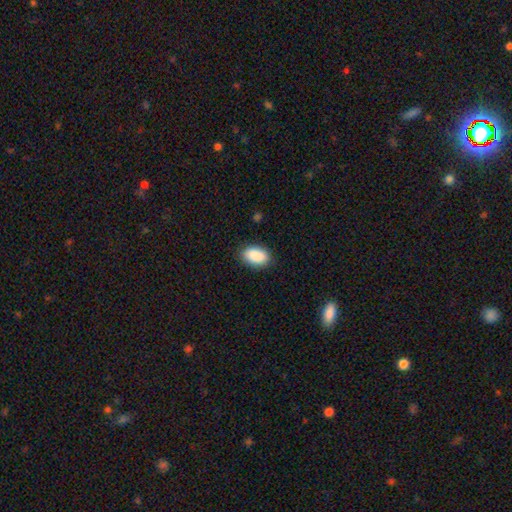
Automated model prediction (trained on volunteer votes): smooth-or-featured: smooth: 90% | star or artifact: 6% | featured or disk: 3%
  how-rounded: in between: 93% | round: 5% | cigar-shaped: 2%
  merging: none: 87% | minor disturbance: 10% | major disturbance: 2% | merger: 1%